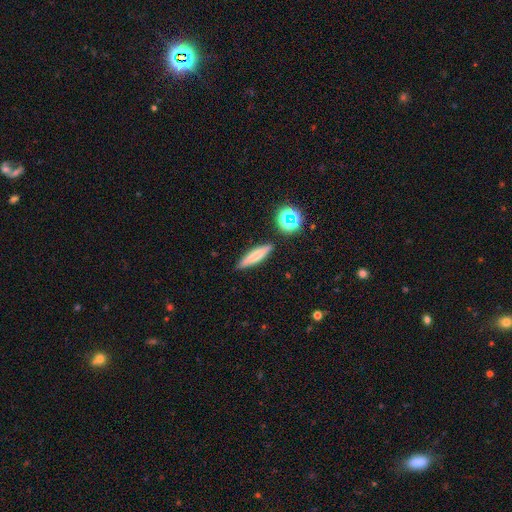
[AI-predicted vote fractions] smooth-or-featured: smooth: 65% | featured or disk: 24% | star or artifact: 11%
  how-rounded: cigar-shaped: 78% | in between: 19% | round: 3%
  merging: none: 83% | minor disturbance: 11% | merger: 3% | major disturbance: 3%